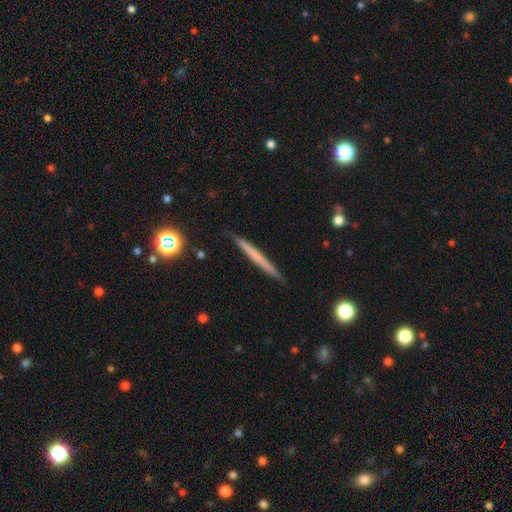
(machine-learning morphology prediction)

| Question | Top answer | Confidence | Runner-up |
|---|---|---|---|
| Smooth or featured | smooth | 52% | featured or disk (41%) |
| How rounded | cigar-shaped | 97% | in between (2%) |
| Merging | none | 90% | minor disturbance (7%) |